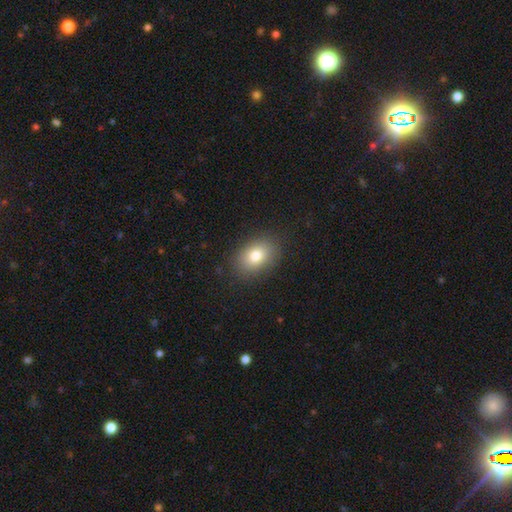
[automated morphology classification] Overall: smooth (80%). How rounded: in between (75%). Merging: none (86%).